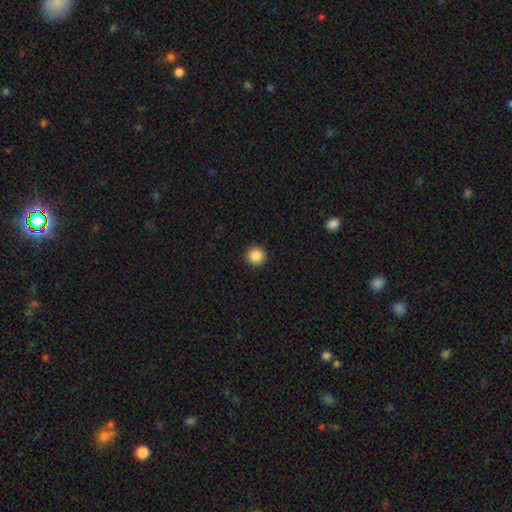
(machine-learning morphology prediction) type=smooth (87%); roundness=round (95%); merging=none (93%).